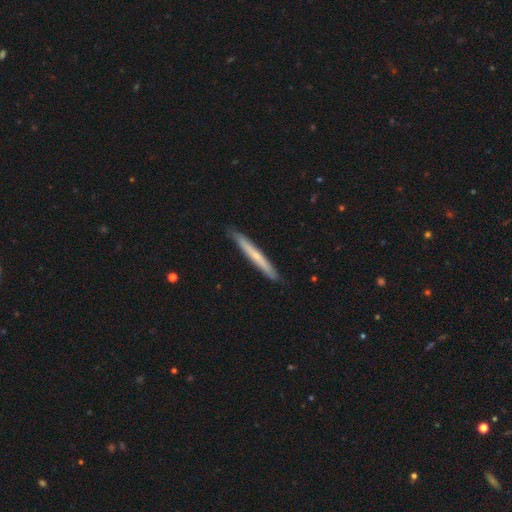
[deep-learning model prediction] A smooth galaxy with no disk features (50%) that is cigar-shaped (97%).

Vote fractions:
- Smooth or featured? smooth: 50% / featured or disk: 44% / star or artifact: 5%
- How rounded? cigar-shaped: 97% / in between: 2% / round: 1%
- Merging? none: 88% / minor disturbance: 9% / major disturbance: 1% / merger: 1%